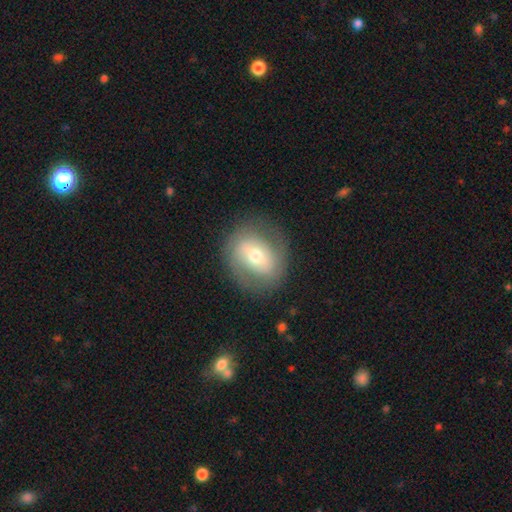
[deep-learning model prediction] Smooth or featured?
  - featured or disk: 51% *
  - smooth: 41%
  - star or artifact: 8%
Edge-on disk?
  - no: 94% *
  - yes: 6%
Merging?
  - none: 80% *
  - minor disturbance: 13%
  - major disturbance: 6%
  - merger: 1%